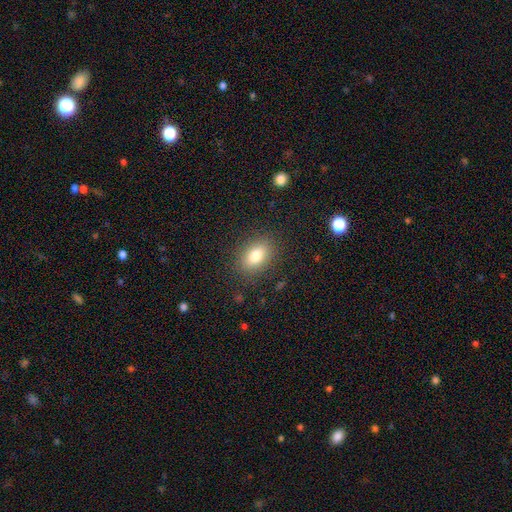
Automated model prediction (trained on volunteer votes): Smooth or featured? smooth (80%)
How rounded? in between (83%)
Merging? none (86%)